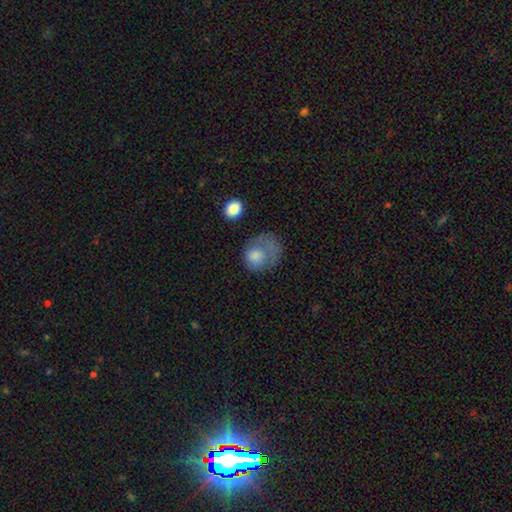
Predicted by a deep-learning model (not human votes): smooth 70%, featured or disk 21%, star or artifact 8%. Down the decision tree: how rounded — round (59%); merging — major disturbance (39%).